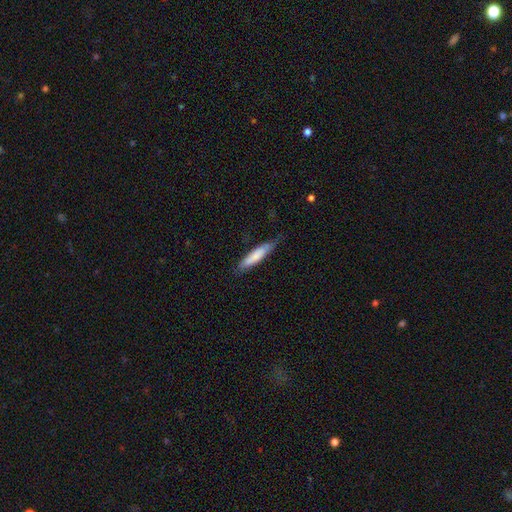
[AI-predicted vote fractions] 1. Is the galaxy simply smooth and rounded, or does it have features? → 74% smooth, 20% featured or disk, 5% star or artifact.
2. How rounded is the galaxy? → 83% cigar-shaped, 16% in between, 1% round.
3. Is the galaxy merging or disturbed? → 67% none, 26% minor disturbance, 6% major disturbance, 1% merger.